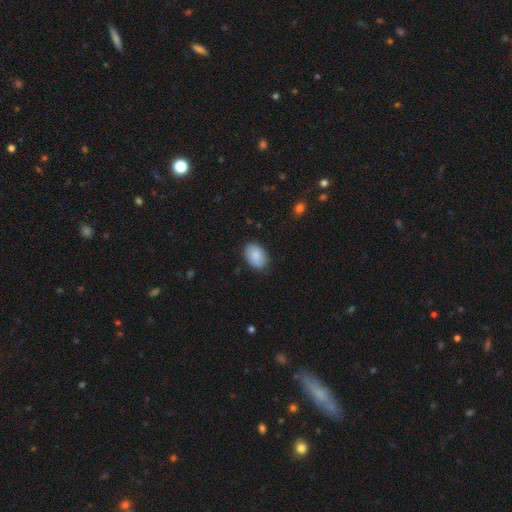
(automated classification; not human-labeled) A smooth galaxy with no disk features (89%) that is in between round and cigar-shaped (87%).

Vote fractions:
- Smooth or featured? smooth: 89% / star or artifact: 6% / featured or disk: 5%
- How rounded? in between: 87% / round: 12% / cigar-shaped: 1%
- Merging? none: 84% / minor disturbance: 12% / major disturbance: 3% / merger: 1%